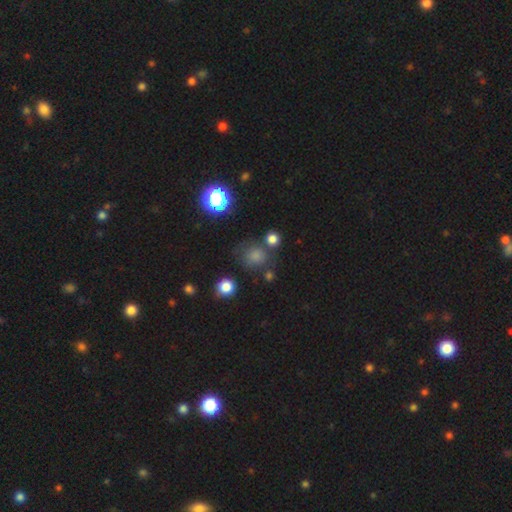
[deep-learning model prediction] Morphology: type=smooth (72%); roundness=round (82%); merging=none (68%).